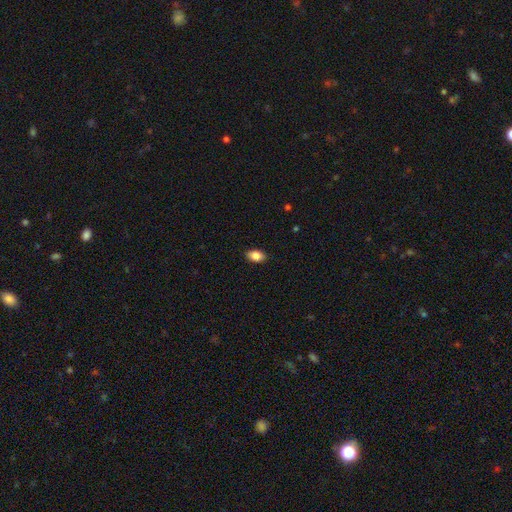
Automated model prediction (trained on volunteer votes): Smooth or featured? smooth (86%)
How rounded? in between (88%)
Merging? none (88%)